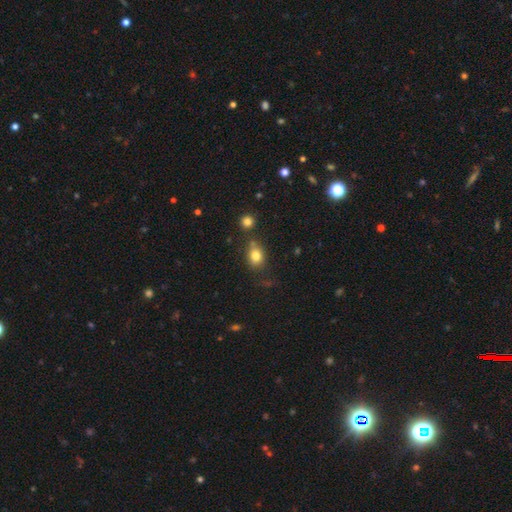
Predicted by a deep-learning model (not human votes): A smooth galaxy with no disk features (80%) that is in between round and cigar-shaped (51%).

Vote fractions:
- Smooth or featured? smooth: 80% / star or artifact: 11% / featured or disk: 9%
- How rounded? in between: 51% / round: 48% / cigar-shaped: 1%
- Merging? none: 62% / minor disturbance: 19% / merger: 13% / major disturbance: 6%